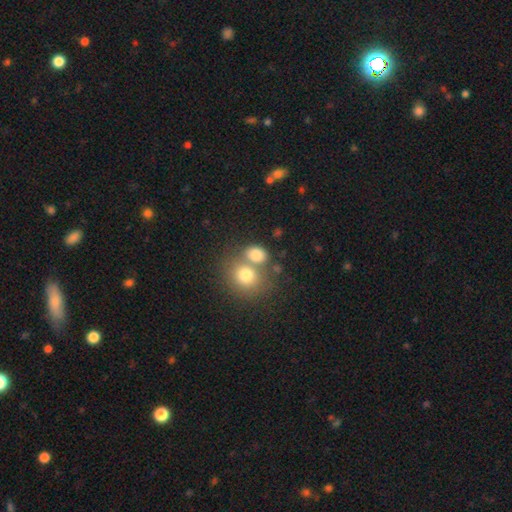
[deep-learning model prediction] Overall: smooth (77%). How rounded: round (57%; in between 42%). Merging: merger (45%; none 42%).